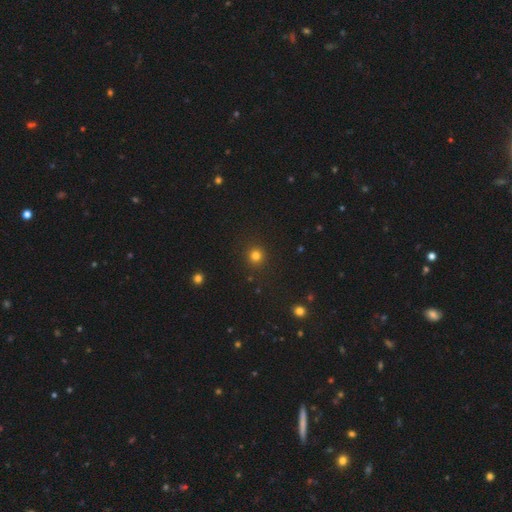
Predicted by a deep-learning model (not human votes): A smooth galaxy with no disk features (80%) that is round (94%).

Vote fractions:
- Smooth or featured? smooth: 80% / star or artifact: 15% / featured or disk: 5%
- How rounded? round: 94% / in between: 5% / cigar-shaped: 1%
- Merging? none: 91% / minor disturbance: 5% / major disturbance: 2% / merger: 1%